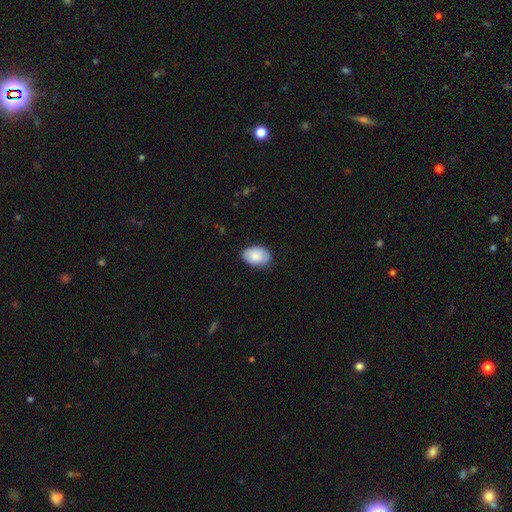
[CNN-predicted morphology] The model was most divided on "merging": none: 81%, minor disturbance: 16%, major disturbance: 3%, merger: 1%. More confident: how rounded — in between (87%); smooth or featured — smooth (85%).